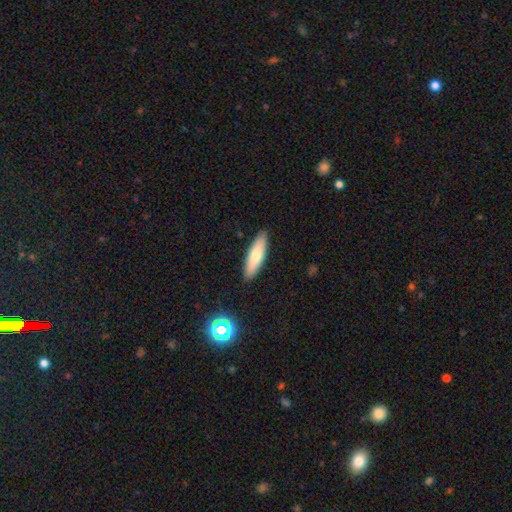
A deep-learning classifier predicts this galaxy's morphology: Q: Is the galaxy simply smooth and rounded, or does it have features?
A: smooth — 72%.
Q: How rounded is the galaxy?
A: cigar-shaped — 58%.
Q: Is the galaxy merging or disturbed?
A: none — 89%.